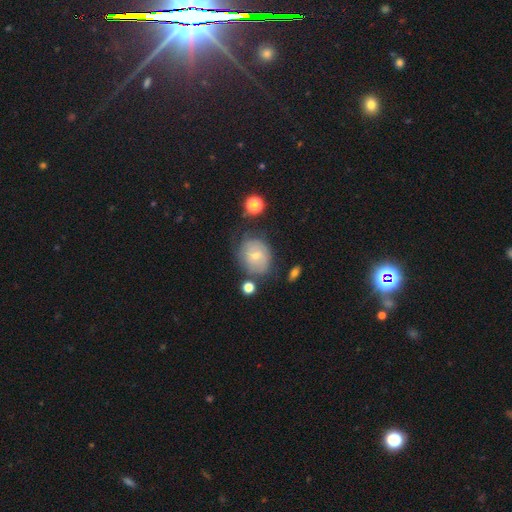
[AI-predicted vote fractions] smooth 49%, featured or disk 42%, star or artifact 9%. Down the decision tree: merging — none (56%).